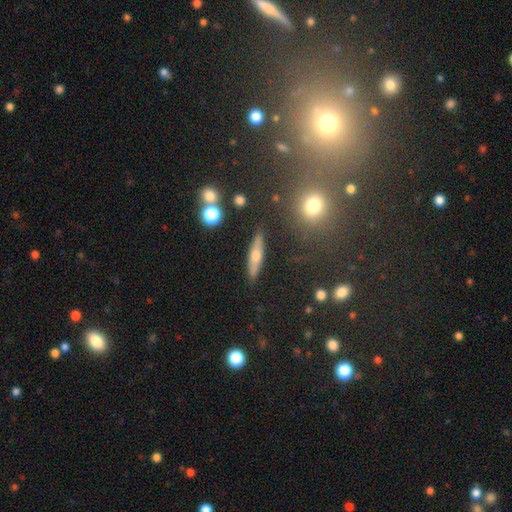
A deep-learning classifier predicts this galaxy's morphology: Smooth or featured: featured or disk — 51% (smooth — 37%)
Edge-on disk: yes — 88% (no — 12%)
Merging: none — 87% (minor disturbance — 8%)